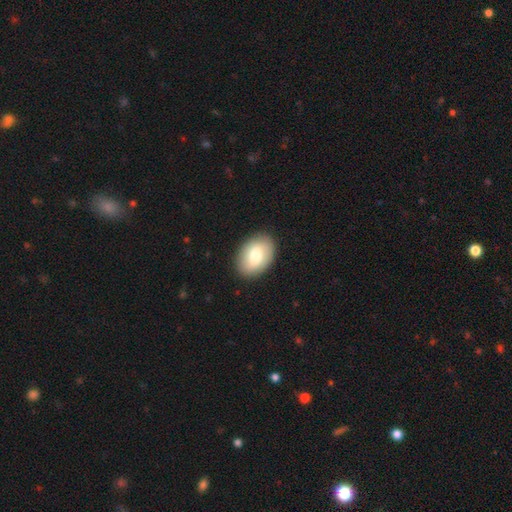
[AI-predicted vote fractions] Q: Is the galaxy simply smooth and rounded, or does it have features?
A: smooth — 75%.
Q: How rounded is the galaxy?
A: in between — 86%.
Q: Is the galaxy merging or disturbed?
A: none — 88%.